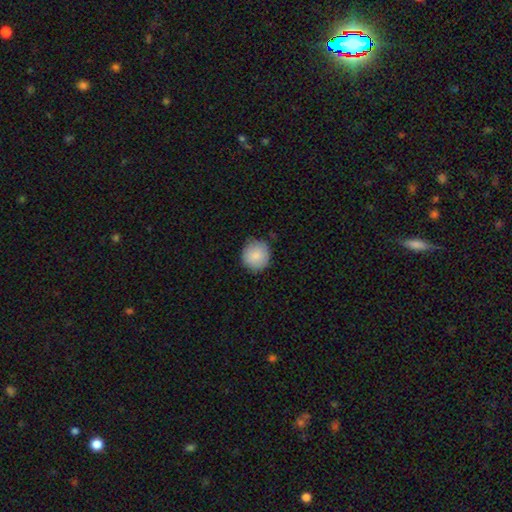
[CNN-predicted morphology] Smooth or featured?
  - smooth: 88% *
  - star or artifact: 7%
  - featured or disk: 5%
How rounded?
  - round: 91% *
  - in between: 8%
  - cigar-shaped: 1%
Merging?
  - none: 83% *
  - minor disturbance: 13%
  - major disturbance: 2%
  - merger: 1%